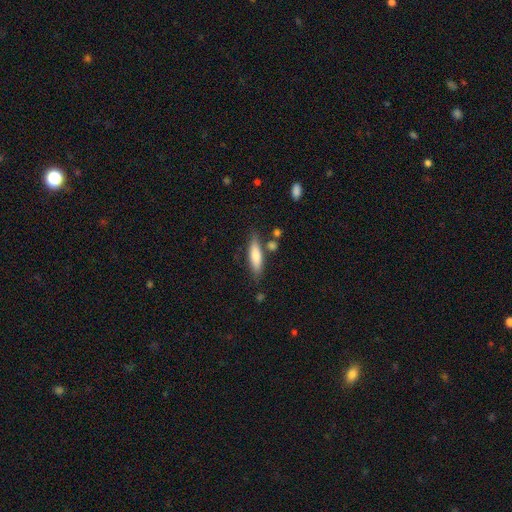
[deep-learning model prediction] The model was most divided on "how rounded": cigar-shaped: 64%, in between: 35%, round: 2%. More confident: smooth or featured — smooth (74%); merging — none (74%).